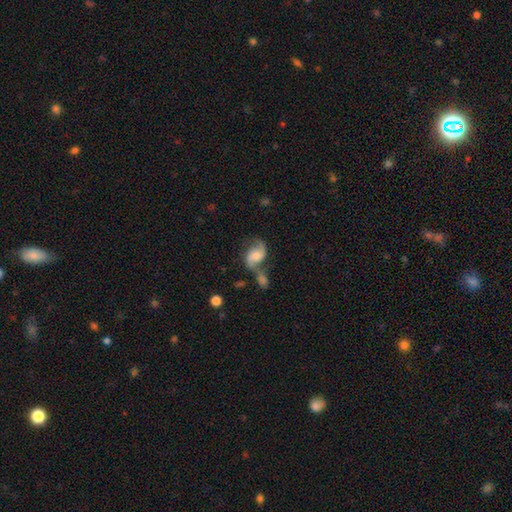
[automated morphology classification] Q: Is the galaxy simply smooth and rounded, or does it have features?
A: featured or disk — 75%.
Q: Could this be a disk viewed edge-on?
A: no — 97%.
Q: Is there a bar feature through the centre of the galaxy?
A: no — 55%.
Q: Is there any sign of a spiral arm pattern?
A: yes — 94%.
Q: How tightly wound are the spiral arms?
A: loose — 58%.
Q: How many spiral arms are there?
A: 2 — 90%.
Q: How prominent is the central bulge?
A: moderate — 42%.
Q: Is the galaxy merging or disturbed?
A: merger — 38%.